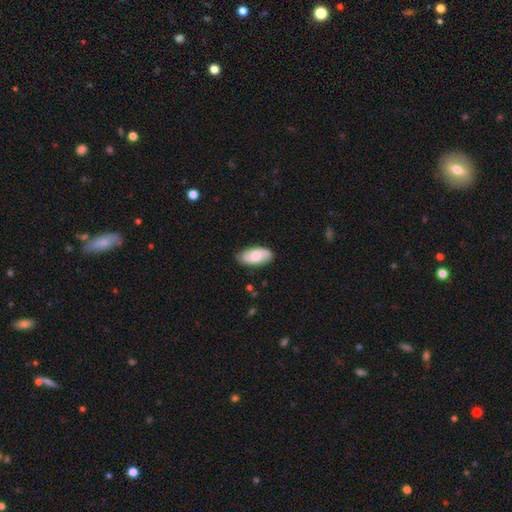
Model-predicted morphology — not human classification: This is possibly a featured or disk galaxy (54%). It is clearly not viewed edge-on (93%). Bar: possibly no (55%). Spiral arm pattern: clearly yes (87%). Central bulge: possibly moderate (52%). Merging: clearly none (83%).